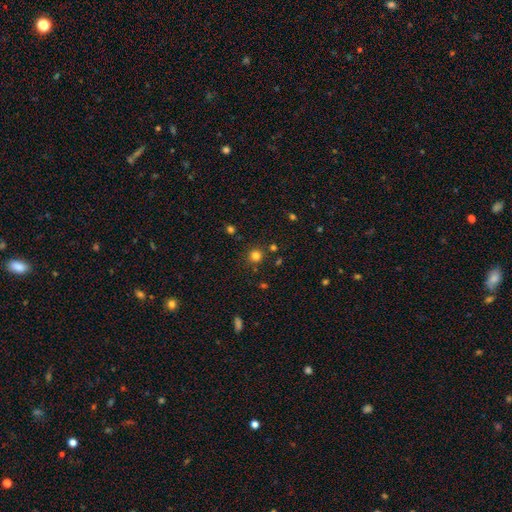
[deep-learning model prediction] Smooth or featured? Predicted: smooth (p=0.79). How rounded? Predicted: round (p=0.92). Merging? Predicted: none (p=0.85).